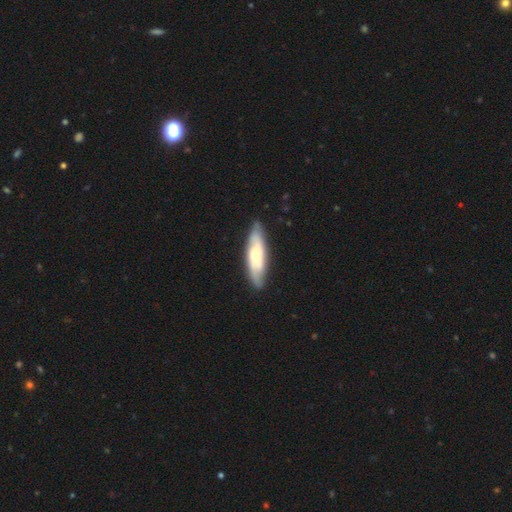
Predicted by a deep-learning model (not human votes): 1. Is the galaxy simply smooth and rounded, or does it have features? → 50% featured or disk, 45% smooth, 5% star or artifact.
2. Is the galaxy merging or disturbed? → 84% none, 12% minor disturbance, 2% major disturbance, 1% merger.